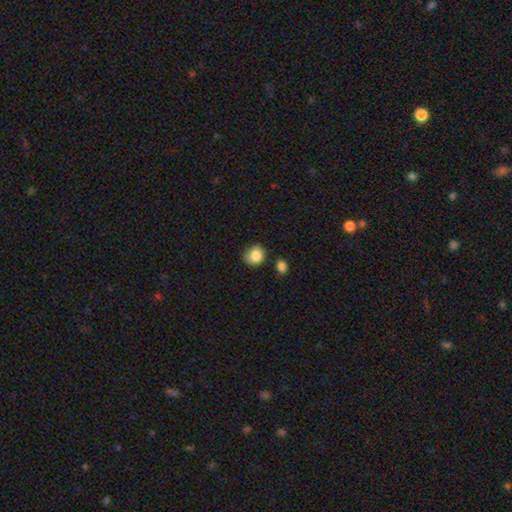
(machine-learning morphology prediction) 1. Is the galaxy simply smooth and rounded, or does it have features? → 83% smooth, 9% star or artifact, 8% featured or disk.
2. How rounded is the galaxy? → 79% round, 20% in between, 1% cigar-shaped.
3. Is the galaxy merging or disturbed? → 66% none, 24% minor disturbance, 5% major disturbance, 5% merger.